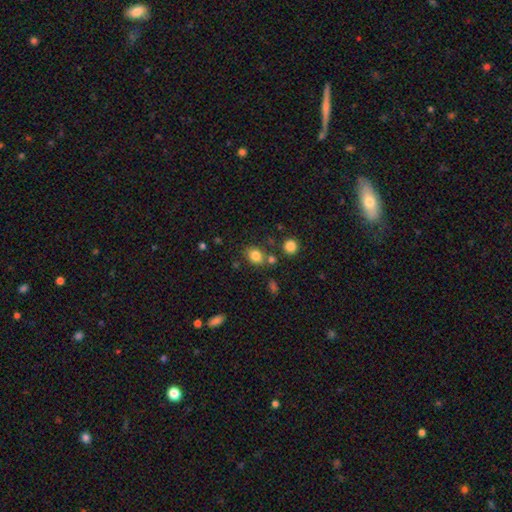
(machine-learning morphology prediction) This appears to be a smooth galaxy with no disk features (82%) that is in between round and cigar-shaped (50%). Merging: none (71%).